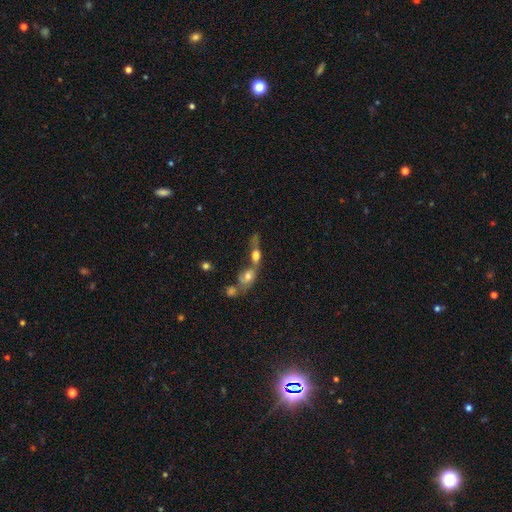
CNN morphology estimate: A smooth galaxy with no disk features (56%) that is in between round and cigar-shaped (63%).

Vote fractions:
- Smooth or featured? smooth: 56% / featured or disk: 31% / star or artifact: 13%
- How rounded? in between: 63% / round: 25% / cigar-shaped: 11%
- Merging? merger: 69% / none: 17% / major disturbance: 8% / minor disturbance: 7%